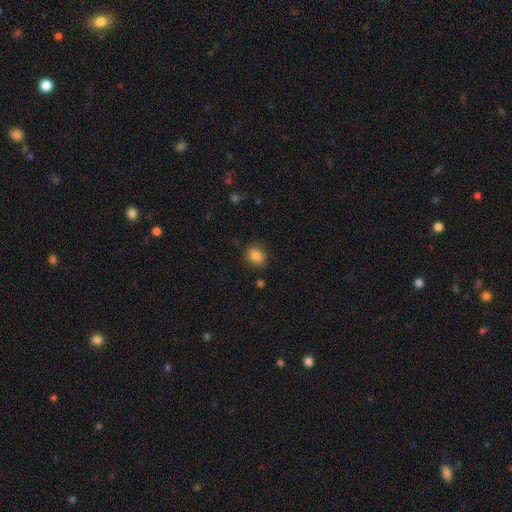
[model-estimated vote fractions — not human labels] This is clearly a smooth galaxy (85%). How rounded: possibly round (56%). Merging: clearly none (85%).